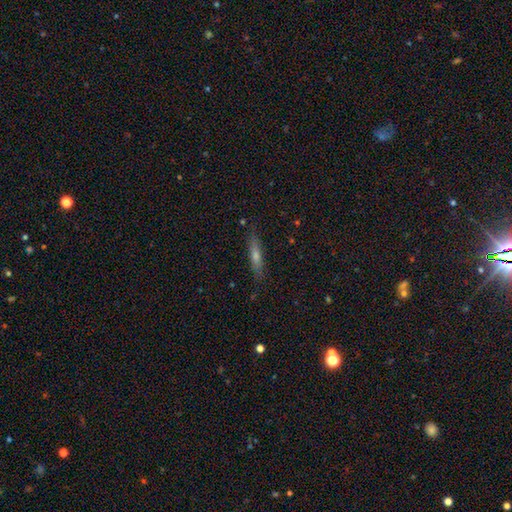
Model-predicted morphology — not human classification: A featured or disk galaxy (46%). Merging: none (87%).